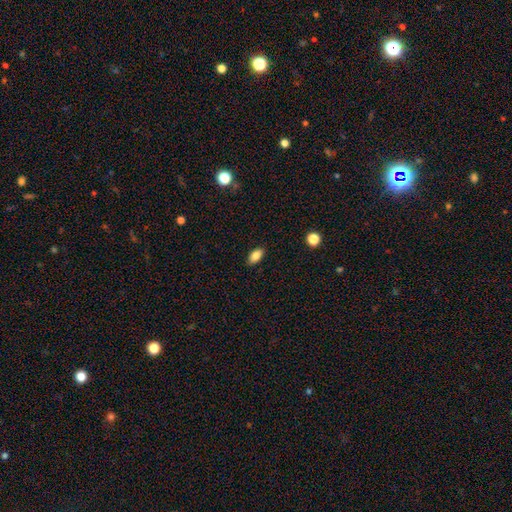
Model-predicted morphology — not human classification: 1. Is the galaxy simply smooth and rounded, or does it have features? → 84% smooth, 9% star or artifact, 7% featured or disk.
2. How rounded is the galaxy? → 90% in between, 5% round, 5% cigar-shaped.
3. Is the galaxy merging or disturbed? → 89% none, 8% minor disturbance, 2% major disturbance, 1% merger.